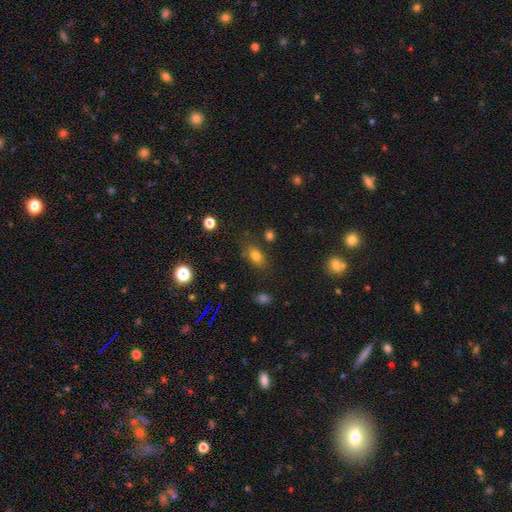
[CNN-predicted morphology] A smooth galaxy with no disk features (77%) that is in between round and cigar-shaped (77%). Merging: none (75%).